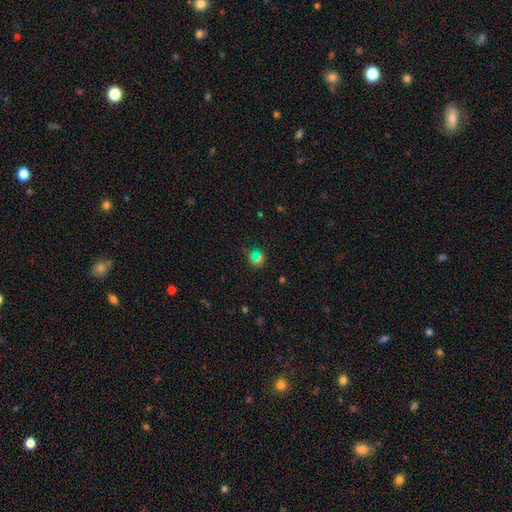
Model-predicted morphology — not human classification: Smooth or featured: smooth — 52% (star or artifact — 39%)
How rounded: round — 89% (in between — 10%)
Merging: none — 78% (minor disturbance — 12%)